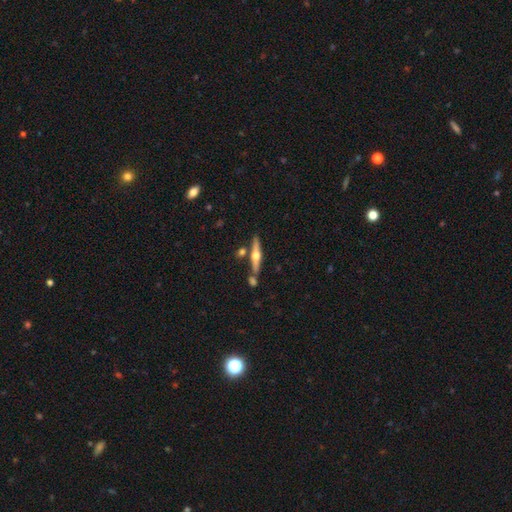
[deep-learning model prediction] This is likely a featured or disk galaxy (70%). It is clearly viewed edge-on (97%). Edge-on bulge: clearly rounded (94%). Merging: likely none (77%).